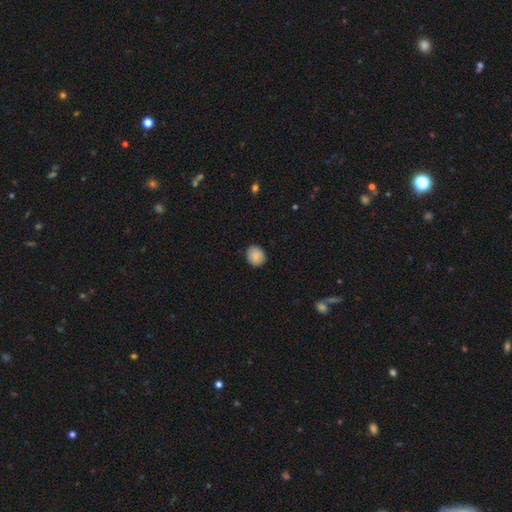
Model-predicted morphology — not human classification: Smooth or featured?
  - smooth: 87% *
  - star or artifact: 7%
  - featured or disk: 5%
How rounded?
  - round: 77% *
  - in between: 22%
  - cigar-shaped: 1%
Merging?
  - none: 86% *
  - minor disturbance: 11%
  - major disturbance: 2%
  - merger: 1%